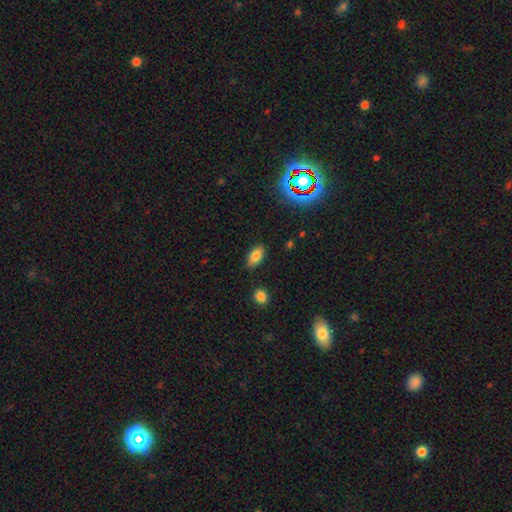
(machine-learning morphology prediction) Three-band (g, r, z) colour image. It shows a smooth galaxy with no disk features (80%) that is in between round and cigar-shaped (90%). Merging: none (85%).